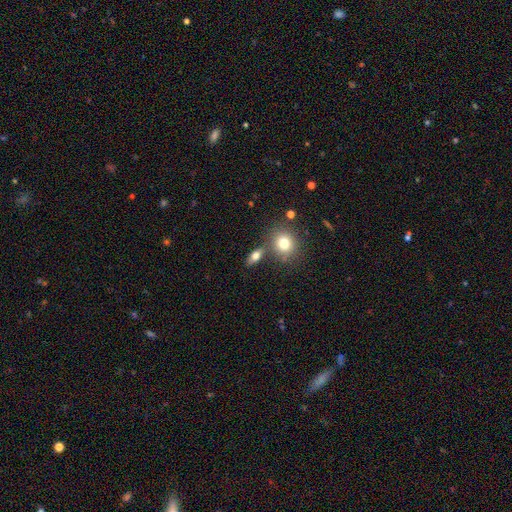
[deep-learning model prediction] Smooth or featured: smooth — 69% (featured or disk — 20%)
How rounded: in between — 64% (round — 21%)
Merging: none — 71% (merger — 13%)